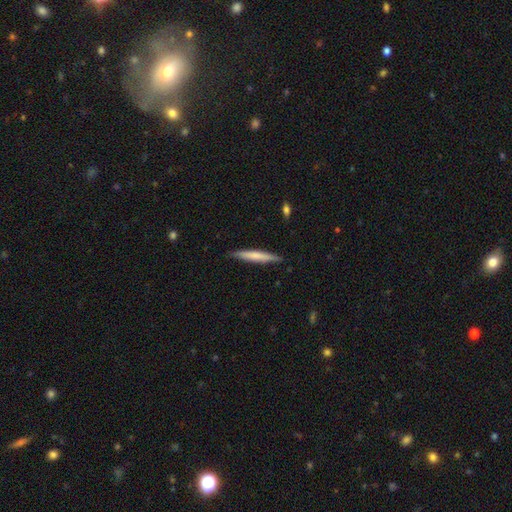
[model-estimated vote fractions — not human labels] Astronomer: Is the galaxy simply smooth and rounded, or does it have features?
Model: smooth — 65%.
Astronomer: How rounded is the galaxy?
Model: cigar-shaped — 94%.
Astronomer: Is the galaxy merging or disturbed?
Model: none — 88%.